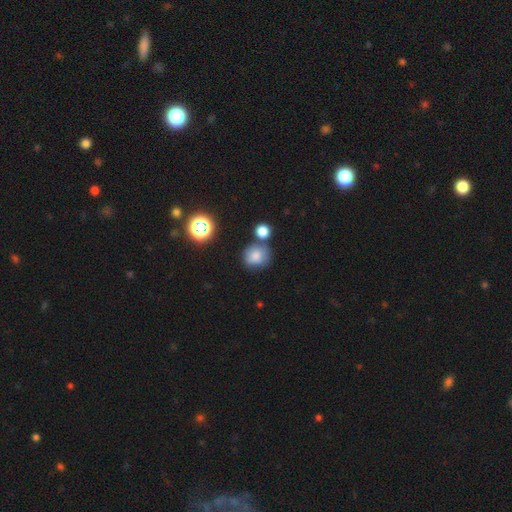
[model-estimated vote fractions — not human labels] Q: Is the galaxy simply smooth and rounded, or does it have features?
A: smooth — 76%.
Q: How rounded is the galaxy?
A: round — 78%.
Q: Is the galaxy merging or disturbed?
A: none — 63%.